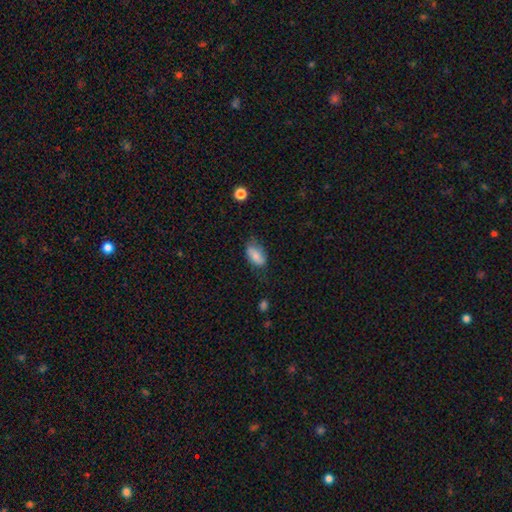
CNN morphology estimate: type=smooth (78%); roundness=in between (90%); merging=none (56%).